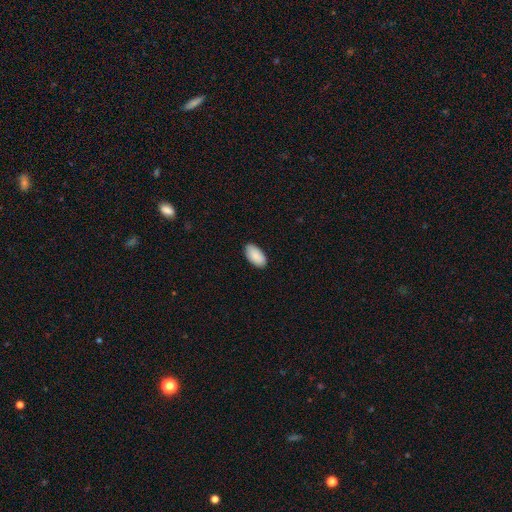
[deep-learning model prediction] A smooth galaxy with no disk features (89%) that is in between round and cigar-shaped (96%).

Vote fractions:
- Smooth or featured? smooth: 89% / star or artifact: 6% / featured or disk: 5%
- How rounded? in between: 96% / round: 2% / cigar-shaped: 2%
- Merging? none: 86% / minor disturbance: 11% / major disturbance: 2% / merger: 1%